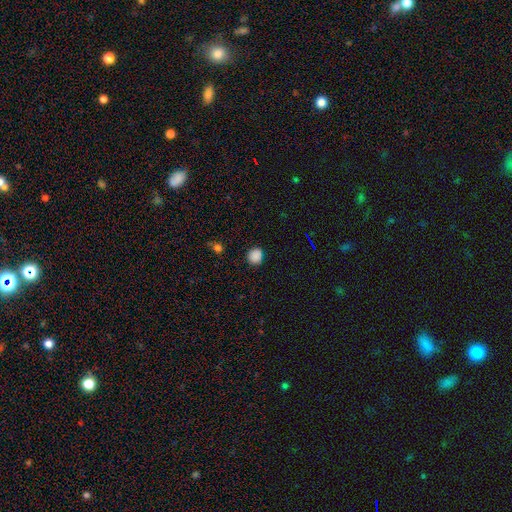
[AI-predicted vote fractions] A smooth galaxy with no disk features (83%) that is round (84%).

Vote fractions:
- Smooth or featured? smooth: 83% / star or artifact: 13% / featured or disk: 4%
- How rounded? round: 84% / in between: 15% / cigar-shaped: 1%
- Merging? none: 84% / minor disturbance: 11% / major disturbance: 2% / merger: 2%